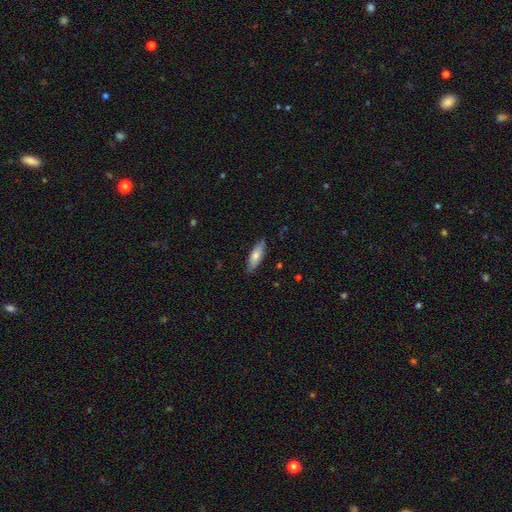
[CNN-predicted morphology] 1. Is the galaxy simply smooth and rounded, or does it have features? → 73% smooth, 21% featured or disk, 6% star or artifact.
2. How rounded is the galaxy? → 51% in between, 47% cigar-shaped, 2% round.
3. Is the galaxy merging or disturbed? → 85% none, 12% minor disturbance, 2% major disturbance, 1% merger.